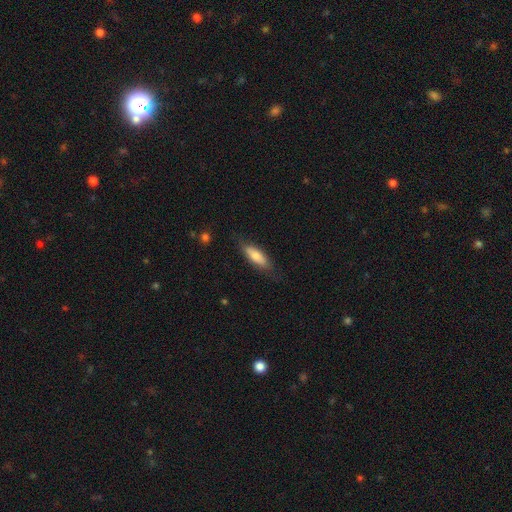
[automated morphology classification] This is likely a smooth galaxy (71%). How rounded: possibly in between (54%). Merging: likely none (75%).